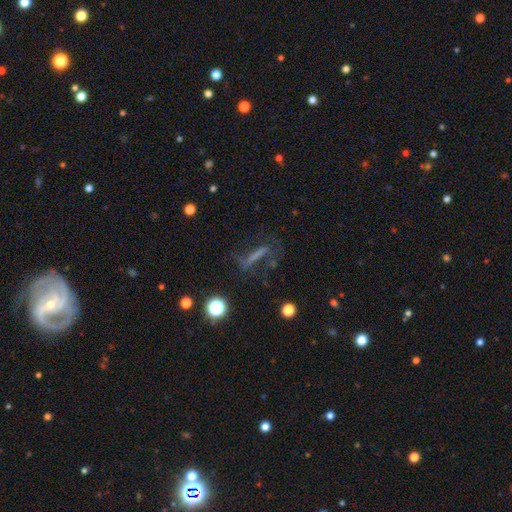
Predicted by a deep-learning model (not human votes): This is marginally a featured or disk galaxy (40%). Merging: possibly none (56%).